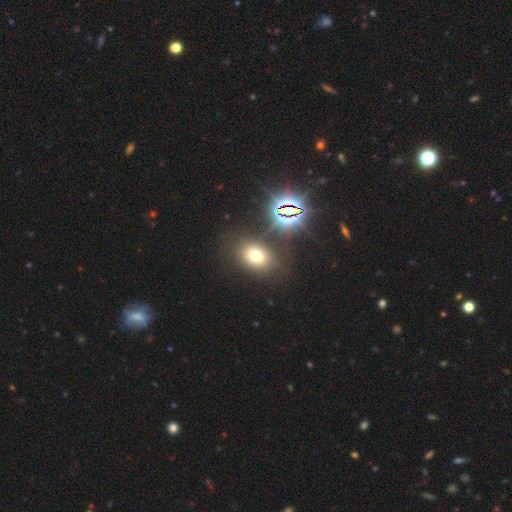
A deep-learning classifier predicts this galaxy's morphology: This appears to be a smooth galaxy with no disk features (63%) that is in between round and cigar-shaped (58%). Merging: none (80%).